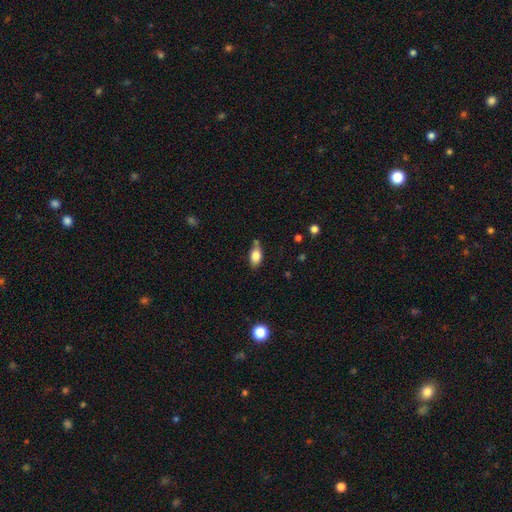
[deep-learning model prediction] A smooth galaxy with no disk features (79%) that is in between round and cigar-shaped (88%). Merging: none (63%).